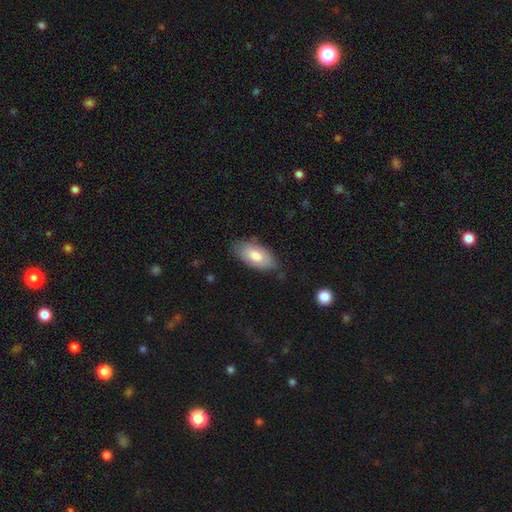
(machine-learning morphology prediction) smooth-or-featured: smooth: 79% | featured or disk: 15% | star or artifact: 6%
  how-rounded: in between: 93% | cigar-shaped: 5% | round: 2%
  merging: none: 77% | minor disturbance: 18% | major disturbance: 3% | merger: 2%